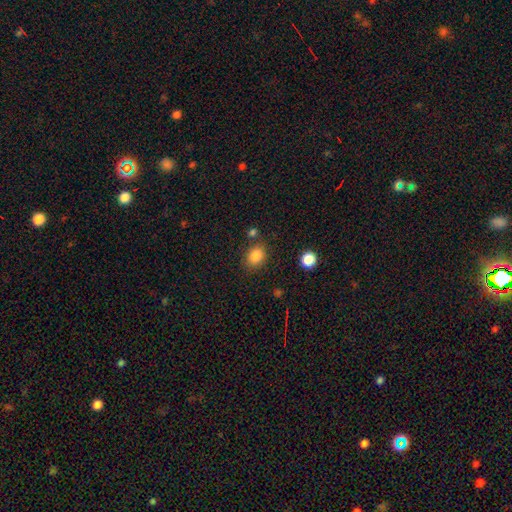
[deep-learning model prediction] Overall: smooth (85%). How rounded: in between (57%; round 42%). Merging: none (78%).